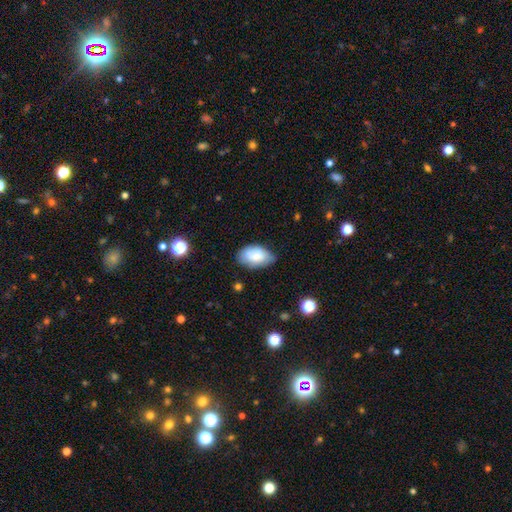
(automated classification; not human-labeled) Overall: smooth (78%). How rounded: in between (93%). Merging: none (60%; minor disturbance 32%).